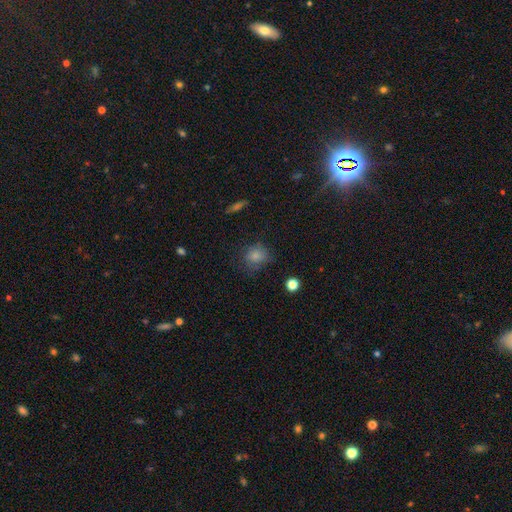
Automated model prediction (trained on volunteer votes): smooth_or_featured: smooth (p=0.80) [alt: star or artifact p=0.12]
how_rounded: round (p=0.66) [alt: in between p=0.33]
merging: none (p=0.67) [alt: minor disturbance p=0.22]